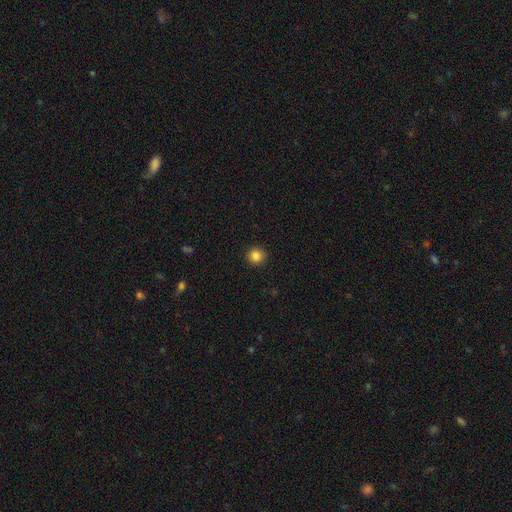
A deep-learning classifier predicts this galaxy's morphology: A smooth galaxy with no disk features (85%) that is round (92%). Merging: none (92%).